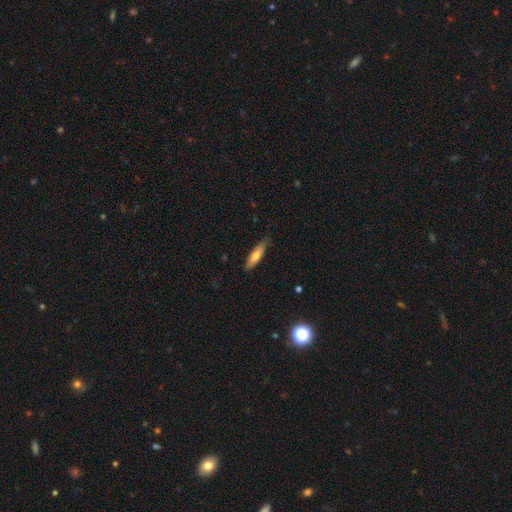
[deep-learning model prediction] The model was most divided on "smooth or featured": smooth: 65%, featured or disk: 29%, star or artifact: 6%. More confident: merging — none (81%); how rounded — cigar-shaped (67%).